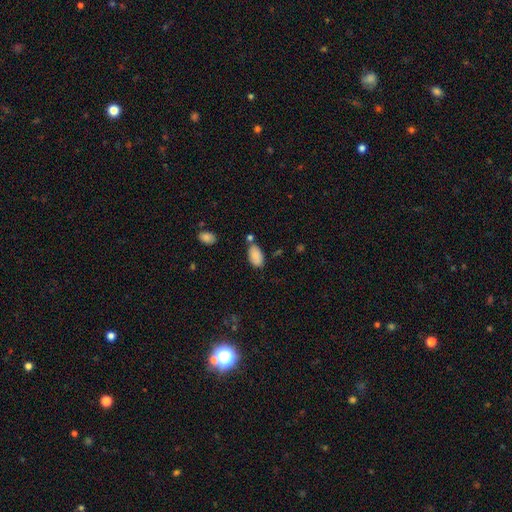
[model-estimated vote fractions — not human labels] Overall: smooth (82%). How rounded: in between (94%). Merging: none (65%).